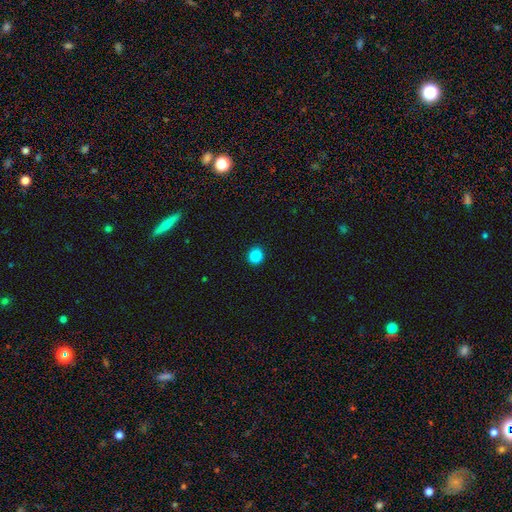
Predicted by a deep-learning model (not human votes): Smooth or featured: smooth — 87% (star or artifact — 10%)
How rounded: round — 89% (in between — 10%)
Merging: none — 92% (minor disturbance — 6%)